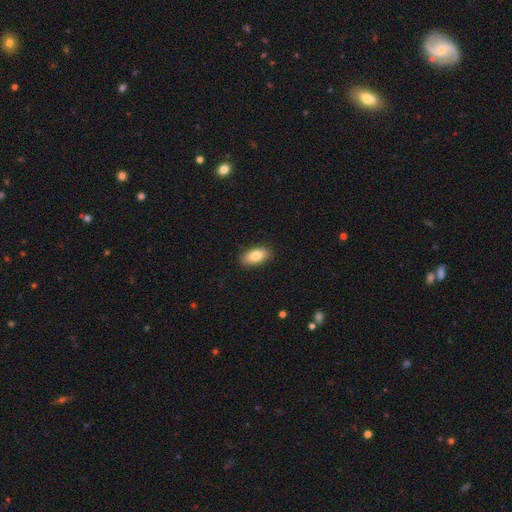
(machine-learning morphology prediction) smooth-or-featured: smooth: 83% | featured or disk: 10% | star or artifact: 7%
  how-rounded: in between: 90% | cigar-shaped: 7% | round: 3%
  merging: none: 88% | minor disturbance: 9% | major disturbance: 2% | merger: 1%